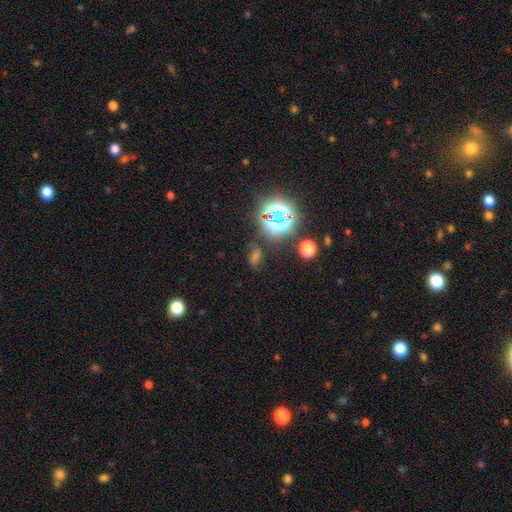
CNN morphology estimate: Smooth or featured? Predicted: star or artifact (p=0.55).